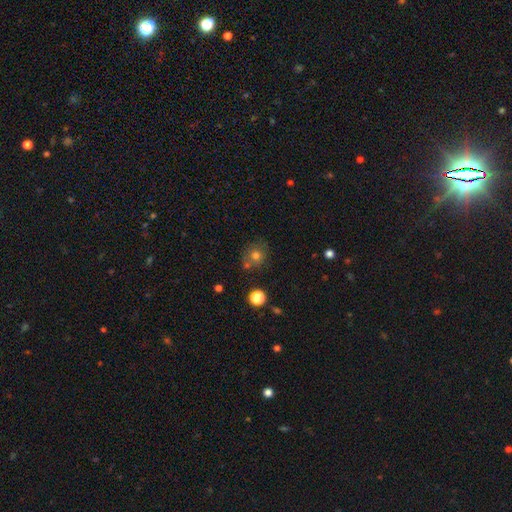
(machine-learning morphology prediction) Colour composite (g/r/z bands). It shows a smooth galaxy with no disk features (73%) that is round (83%). Merging: none (65%).